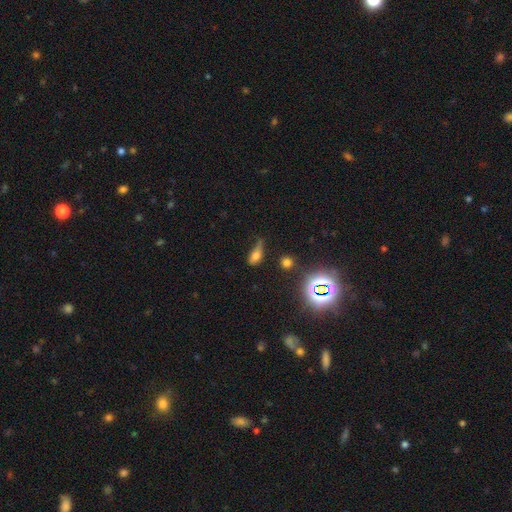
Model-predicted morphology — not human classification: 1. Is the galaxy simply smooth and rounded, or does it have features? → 63% smooth, 19% featured or disk, 19% star or artifact.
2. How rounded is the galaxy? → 71% in between, 16% cigar-shaped, 13% round.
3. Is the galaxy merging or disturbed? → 34% minor disturbance, 32% none, 26% major disturbance, 7% merger.